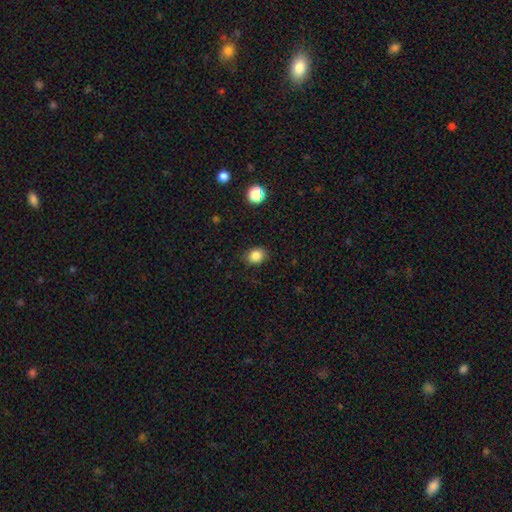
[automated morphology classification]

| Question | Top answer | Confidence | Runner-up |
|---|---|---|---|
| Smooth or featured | smooth | 85% | star or artifact (11%) |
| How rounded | round | 56% | in between (43%) |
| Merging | none | 83% | minor disturbance (12%) |